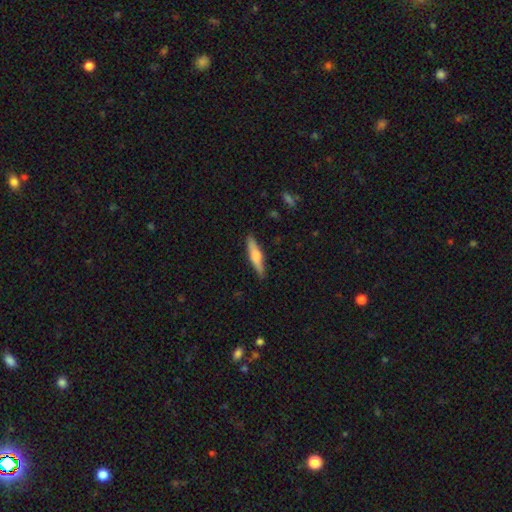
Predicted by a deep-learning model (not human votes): smooth_or_featured: smooth (p=0.57) [alt: featured or disk p=0.37]
how_rounded: cigar-shaped (p=0.82) [alt: in between p=0.16]
merging: none (p=0.88) [alt: minor disturbance p=0.09]